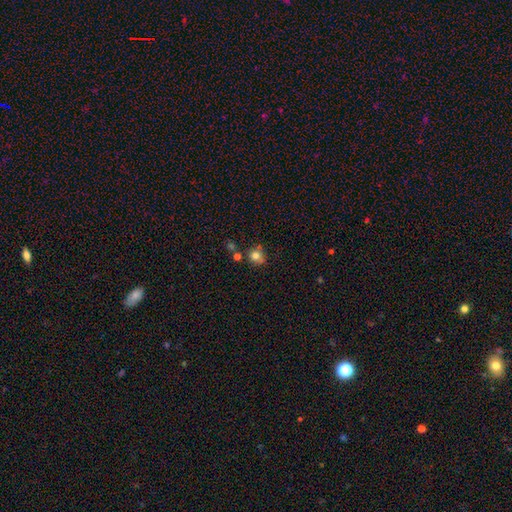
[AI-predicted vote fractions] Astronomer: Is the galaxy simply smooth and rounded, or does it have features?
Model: smooth — 78%.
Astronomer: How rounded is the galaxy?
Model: round — 85%.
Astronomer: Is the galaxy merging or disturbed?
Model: none — 64%.